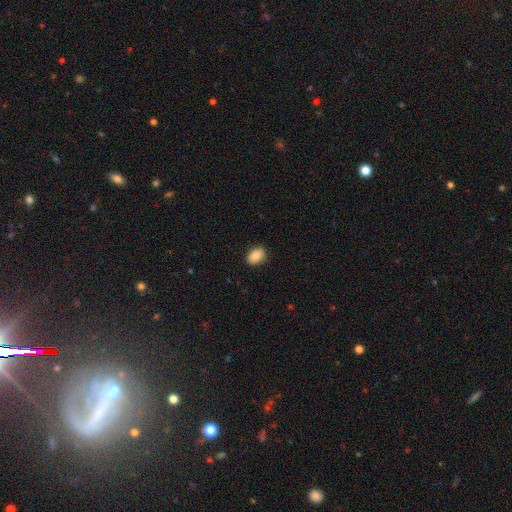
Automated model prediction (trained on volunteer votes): This appears to be a smooth galaxy with no disk features (87%) that is in between round and cigar-shaped (78%). Merging: none (88%).